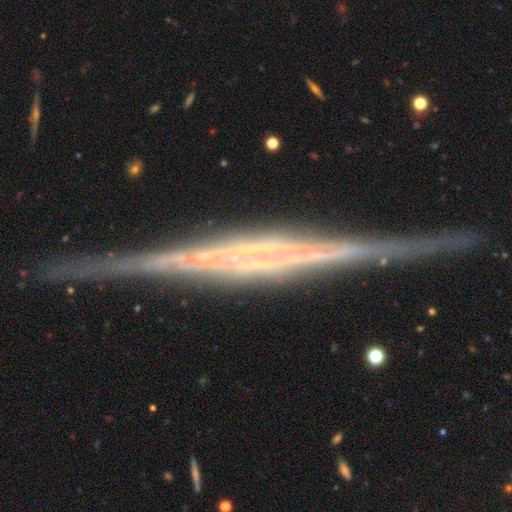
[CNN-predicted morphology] type=featured or disk (87%); edge-on=yes (98%); edge-on bulge=boxy (56%); merging=none (88%).